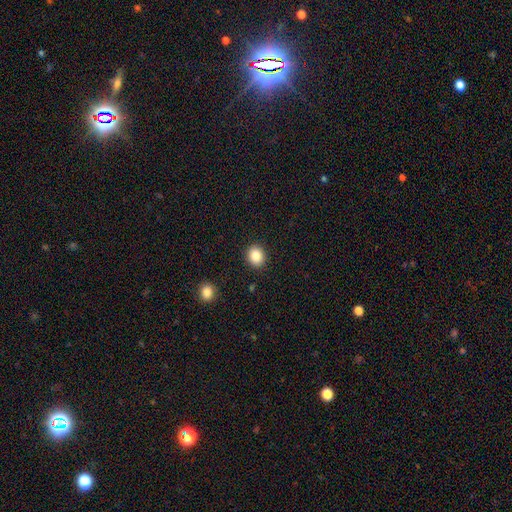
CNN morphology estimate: smooth-or-featured: smooth: 87% | star or artifact: 9% | featured or disk: 4%
  how-rounded: round: 61% | in between: 38% | cigar-shaped: 1%
  merging: none: 90% | minor disturbance: 7% | major disturbance: 2% | merger: 1%